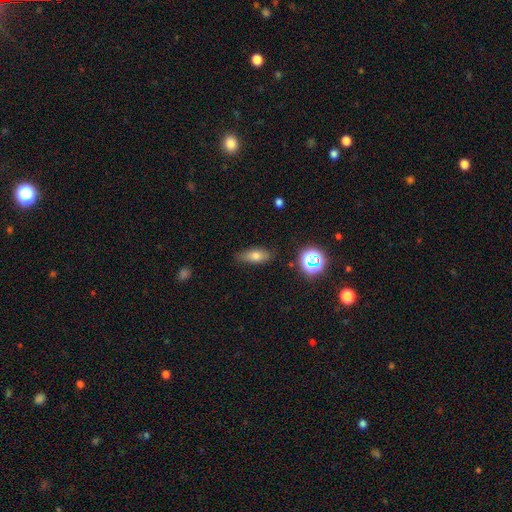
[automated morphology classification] type=smooth (71%); roundness=in between (78%); merging=none (79%).